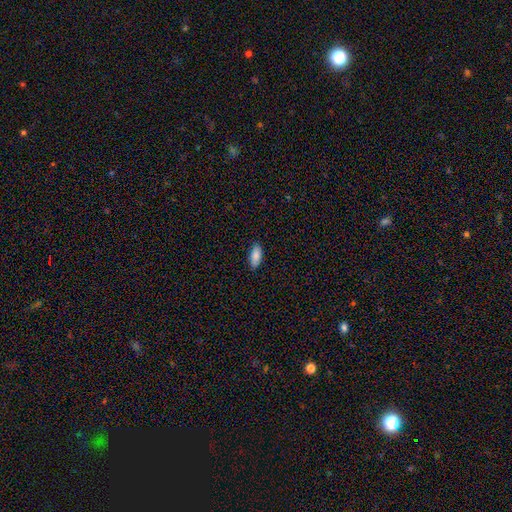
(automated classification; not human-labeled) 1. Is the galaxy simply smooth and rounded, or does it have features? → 87% smooth, 7% featured or disk, 6% star or artifact.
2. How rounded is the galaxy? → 84% in between, 14% cigar-shaped, 2% round.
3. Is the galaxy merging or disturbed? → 85% none, 12% minor disturbance, 2% major disturbance, 1% merger.